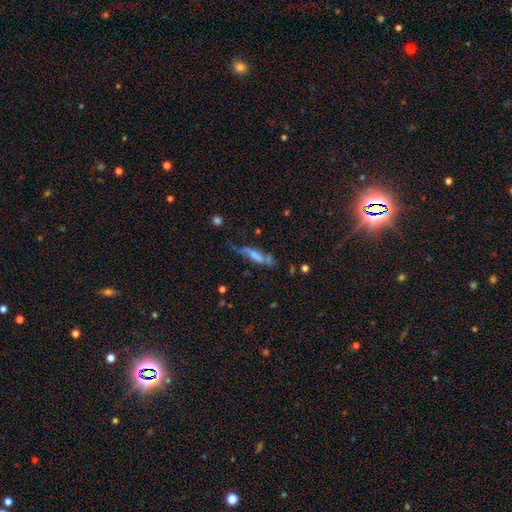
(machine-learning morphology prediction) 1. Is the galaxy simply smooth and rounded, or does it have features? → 52% featured or disk, 40% smooth, 9% star or artifact.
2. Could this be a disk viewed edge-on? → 51% no, 49% yes.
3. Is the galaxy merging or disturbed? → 40% none, 27% minor disturbance, 22% major disturbance, 12% merger.